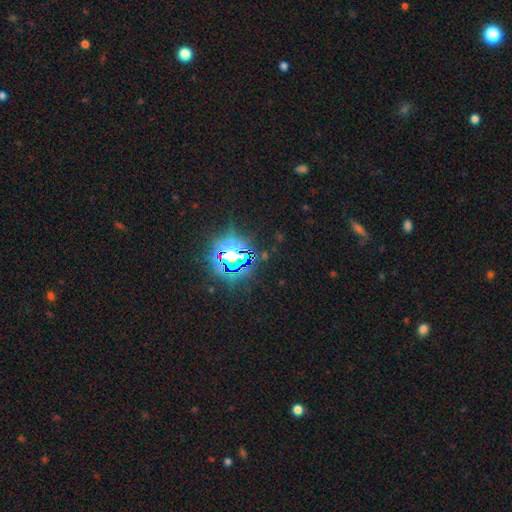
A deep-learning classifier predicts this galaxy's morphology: star or artifact 81%, smooth 11%, featured or disk 8%.